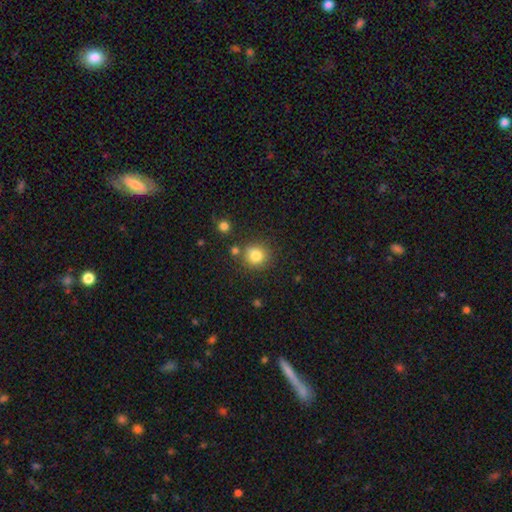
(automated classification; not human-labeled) Smooth or featured? smooth (81%)
How rounded? round (87%)
Merging? none (77%)